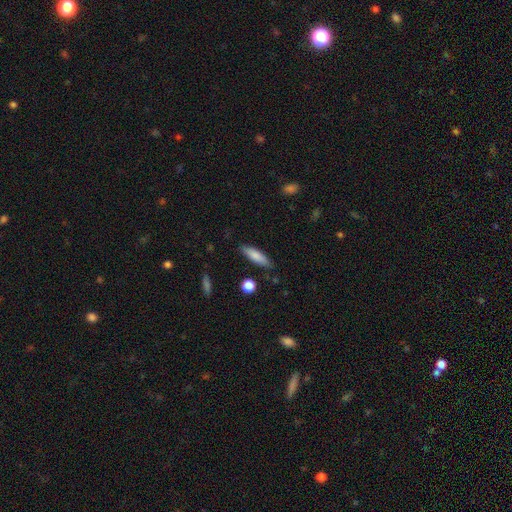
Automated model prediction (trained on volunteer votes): Smooth or featured?
  - smooth: 81% *
  - featured or disk: 12%
  - star or artifact: 6%
How rounded?
  - cigar-shaped: 62% *
  - in between: 36%
  - round: 2%
Merging?
  - none: 84% *
  - minor disturbance: 11%
  - major disturbance: 2%
  - merger: 2%